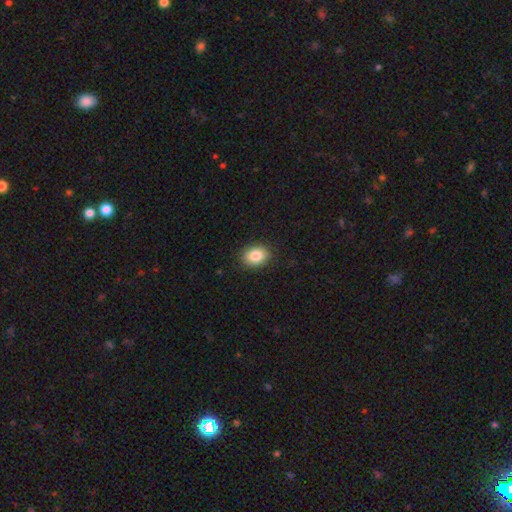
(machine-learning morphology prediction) A smooth galaxy with no disk features (86%) that is in between round and cigar-shaped (61%).

Vote fractions:
- Smooth or featured? smooth: 86% / star or artifact: 9% / featured or disk: 6%
- How rounded? in between: 61% / round: 38% / cigar-shaped: 1%
- Merging? none: 88% / minor disturbance: 9% / major disturbance: 2% / merger: 1%